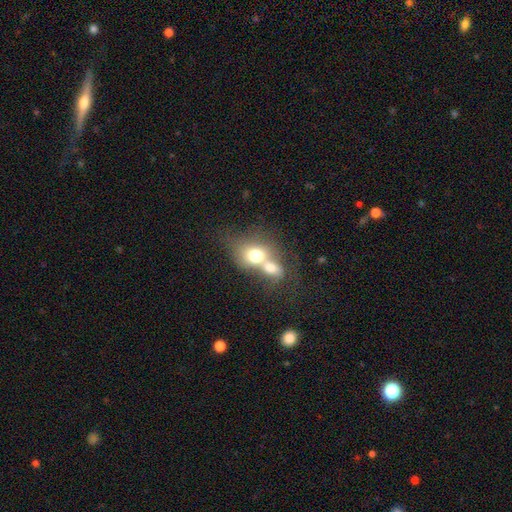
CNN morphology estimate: Smooth or featured: smooth — 68% (featured or disk — 22%)
How rounded: in between — 50% (round — 49%)
Merging: merger — 74% (none — 15%)